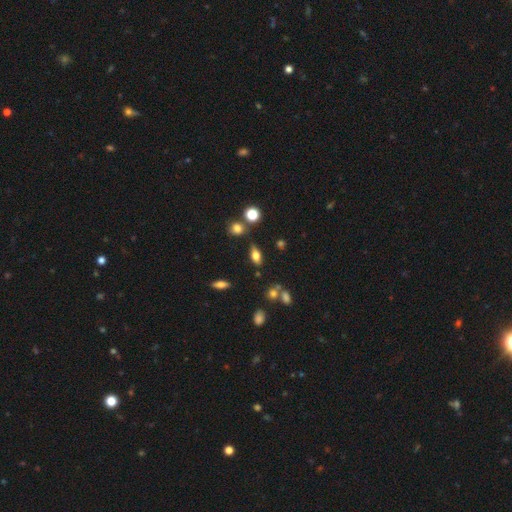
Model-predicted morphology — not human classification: A smooth galaxy with no disk features (69%) that is in between round and cigar-shaped (81%).

Vote fractions:
- Smooth or featured? smooth: 69% / featured or disk: 19% / star or artifact: 12%
- How rounded? in between: 81% / cigar-shaped: 10% / round: 9%
- Merging? none: 75% / minor disturbance: 14% / merger: 7% / major disturbance: 4%